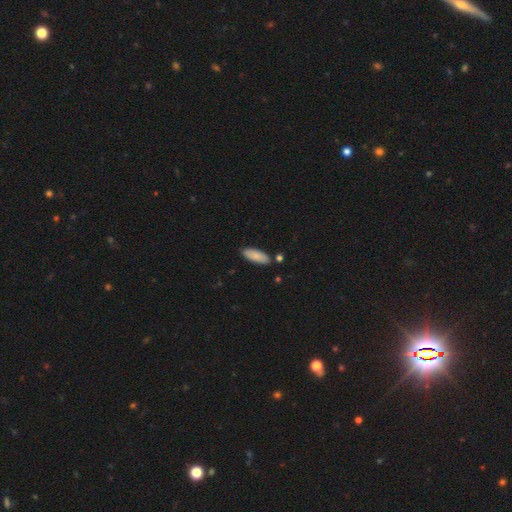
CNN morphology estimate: type=smooth (84%); roundness=in between (73%); merging=none (82%).